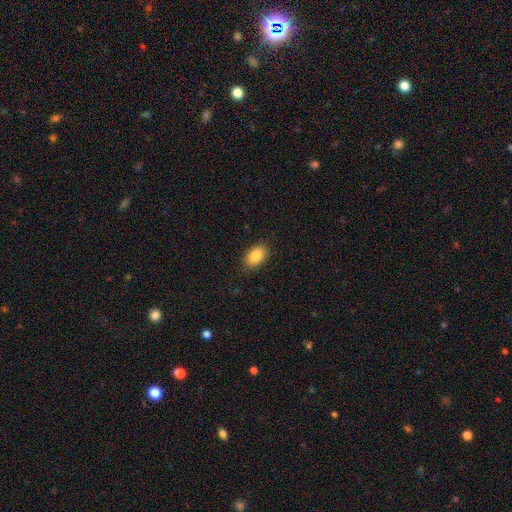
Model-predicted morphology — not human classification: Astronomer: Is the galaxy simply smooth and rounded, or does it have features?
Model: smooth — 87%.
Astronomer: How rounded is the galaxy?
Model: in between — 91%.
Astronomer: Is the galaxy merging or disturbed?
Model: none — 86%.